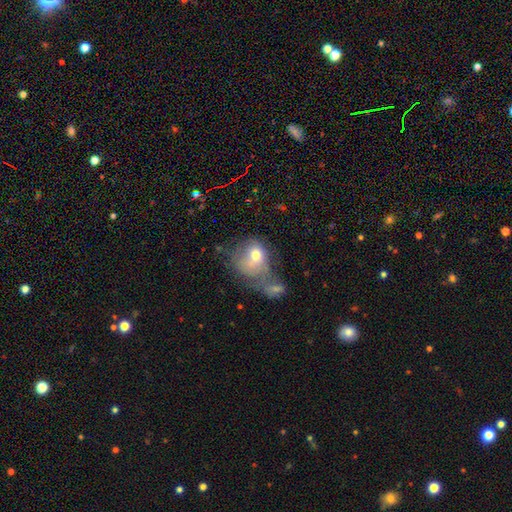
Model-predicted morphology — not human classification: Smooth or featured: smooth — 64% (featured or disk — 27%)
How rounded: round — 54% (in between — 45%)
Merging: merger — 54% (major disturbance — 20%)